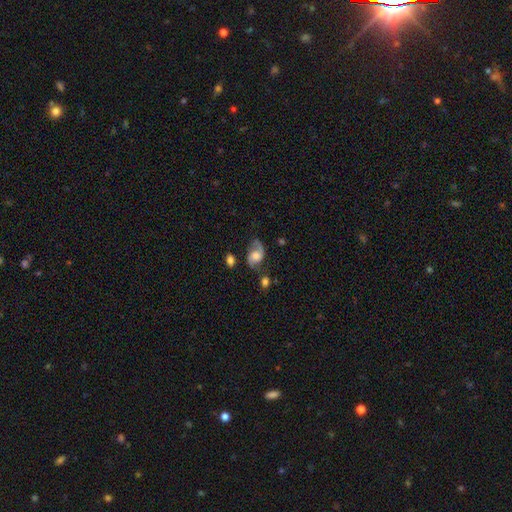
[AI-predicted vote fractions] Morphology: type=featured or disk (67%); edge-on=no (97%); bar=no (63%); spiral arms=yes (91%); winding=medium (43%); arm count=2 (86%); bulge=moderate (43%); merging=none (61%).